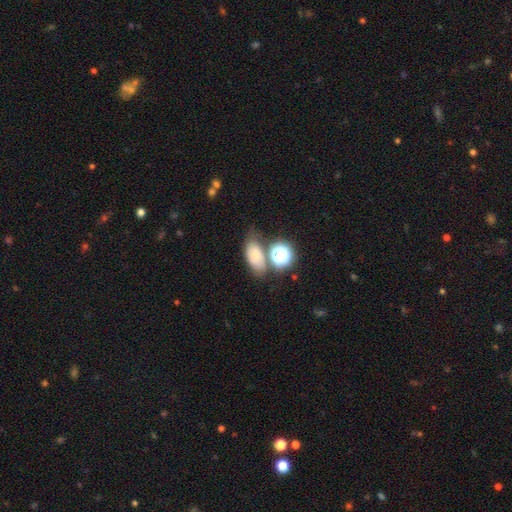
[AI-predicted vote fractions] Morphology: type=smooth (62%); roundness=in between (76%); merging=none (55%).